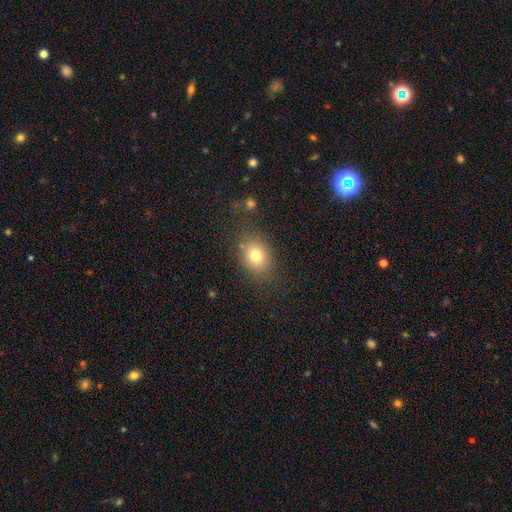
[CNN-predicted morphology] smooth_or_featured: smooth (p=0.77) [alt: star or artifact p=0.12]
how_rounded: in between (p=0.55) [alt: round p=0.43]
merging: none (p=0.77) [alt: minor disturbance p=0.14]